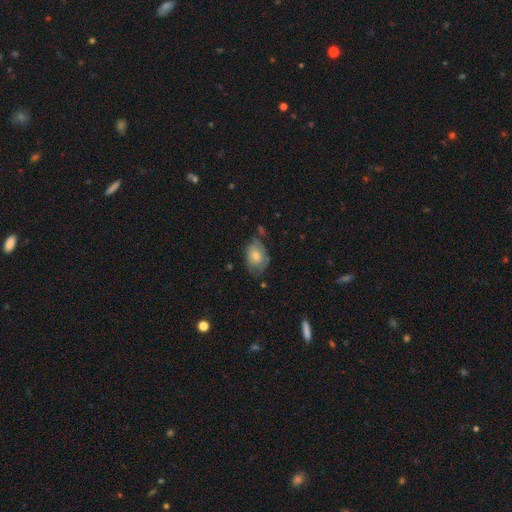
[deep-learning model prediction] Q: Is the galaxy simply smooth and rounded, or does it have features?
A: smooth — 61%.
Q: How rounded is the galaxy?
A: in between — 82%.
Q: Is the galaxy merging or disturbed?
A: none — 49%.